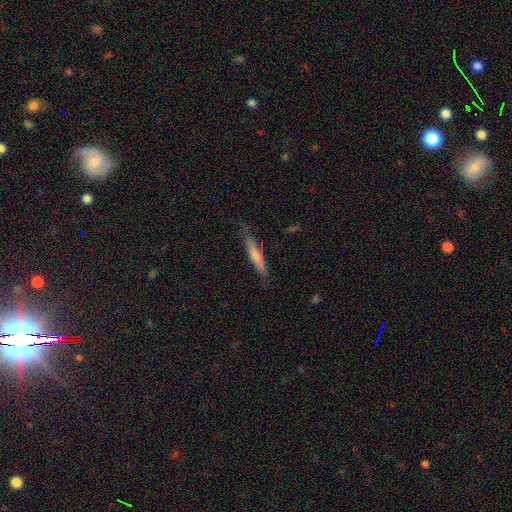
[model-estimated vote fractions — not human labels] Smooth or featured? Predicted: featured or disk (p=0.60). Edge-on disk? Predicted: yes (p=0.92). Edge-on bulge? Predicted: rounded (p=0.63). Merging? Predicted: none (p=0.83).